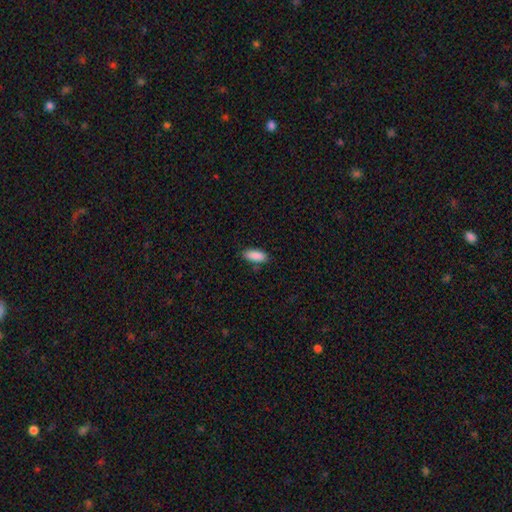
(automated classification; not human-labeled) smooth 89%, star or artifact 7%, featured or disk 4%. Down the decision tree: how rounded — in between (81%); merging — none (81%).